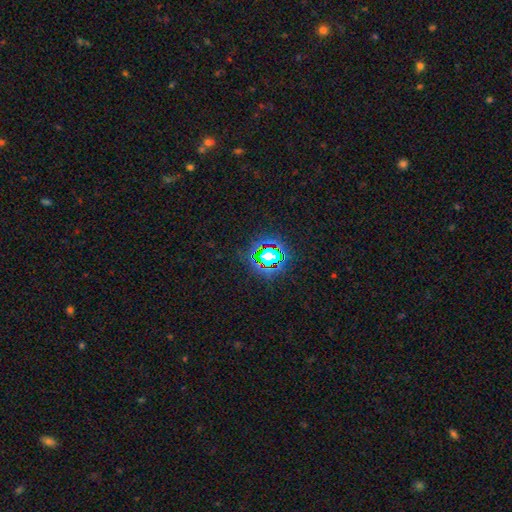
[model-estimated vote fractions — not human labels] A star or artifact, not a galaxy (79%).

Vote fractions:
- Smooth or featured? star or artifact: 79% / smooth: 13% / featured or disk: 7%